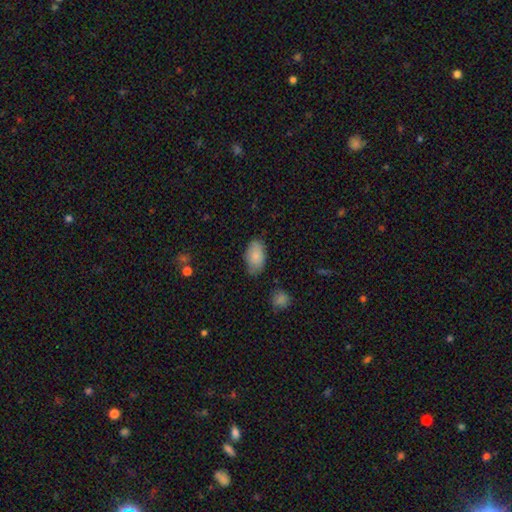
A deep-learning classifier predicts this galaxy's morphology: A smooth galaxy with no disk features (84%) that is in between round and cigar-shaped (93%).

Vote fractions:
- Smooth or featured? smooth: 84% / featured or disk: 9% / star or artifact: 7%
- How rounded? in between: 93% / round: 5% / cigar-shaped: 2%
- Merging? none: 74% / minor disturbance: 21% / major disturbance: 4% / merger: 2%